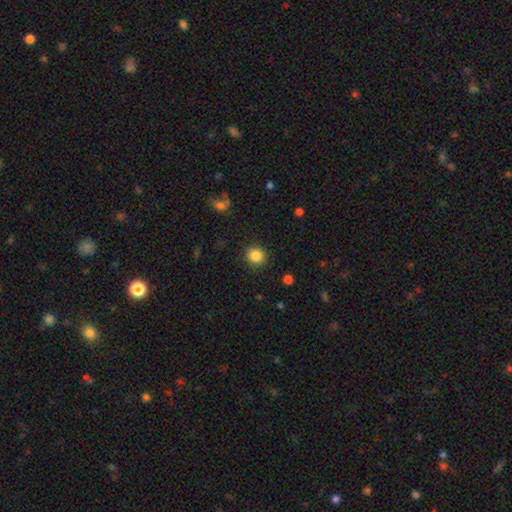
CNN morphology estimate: This appears to be a smooth galaxy with no disk features (85%) that is round (89%). Merging: none (89%).